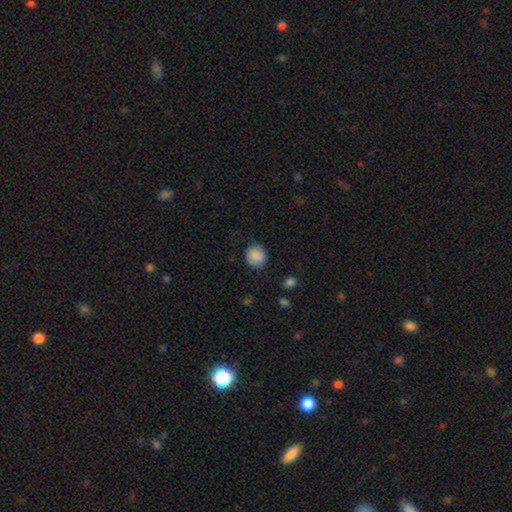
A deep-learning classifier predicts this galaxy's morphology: type=smooth (85%); roundness=round (73%); merging=none (81%).